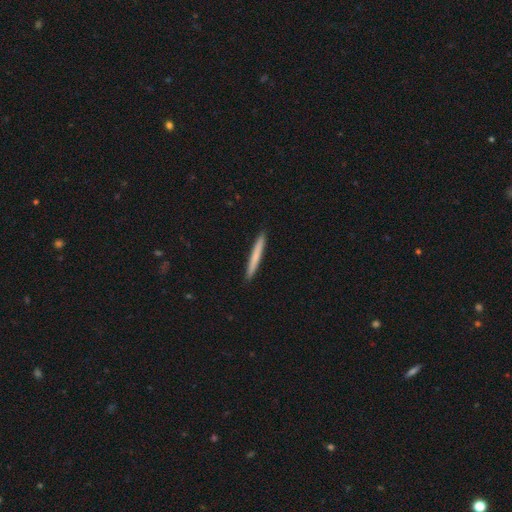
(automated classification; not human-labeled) Morphology: type=smooth (72%); roundness=cigar-shaped (97%); merging=none (93%).